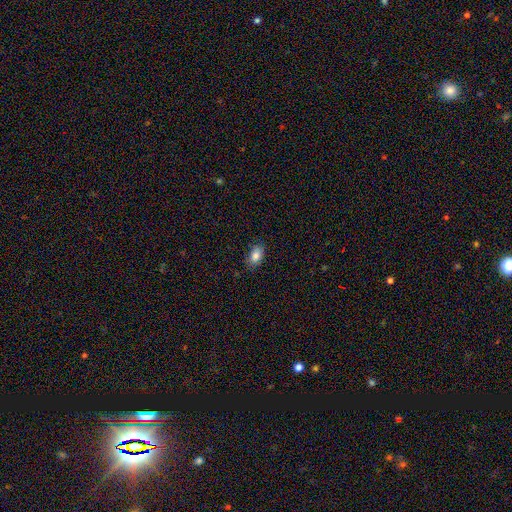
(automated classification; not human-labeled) smooth_or_featured: smooth (p=0.85) [alt: star or artifact p=0.08]
how_rounded: in between (p=0.88) [alt: round p=0.10]
merging: none (p=0.80) [alt: minor disturbance p=0.16]